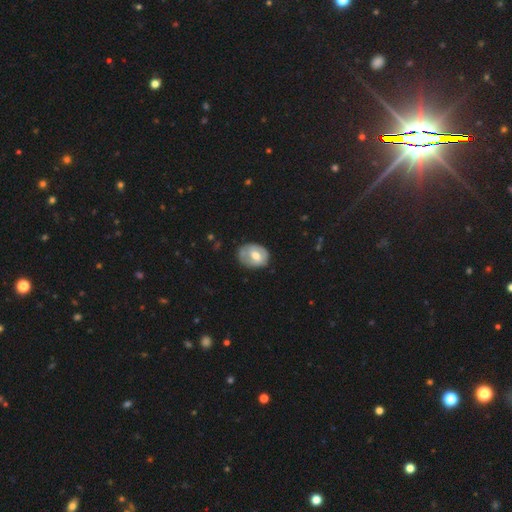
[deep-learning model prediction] Smooth or featured: smooth — 52% (featured or disk — 42%)
How rounded: in between — 58% (round — 41%)
Merging: none — 62% (minor disturbance — 28%)